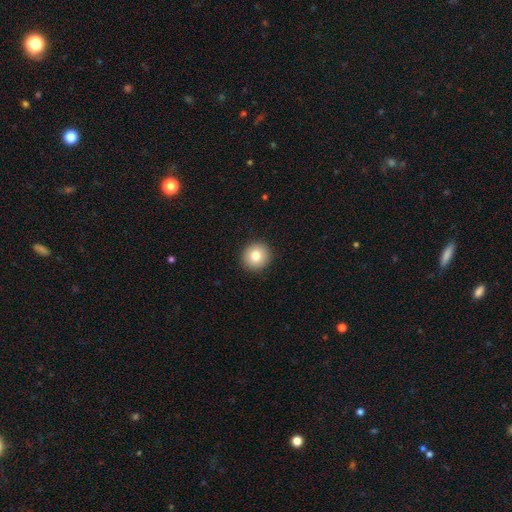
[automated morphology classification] Smooth or featured: smooth — 79% (featured or disk — 11%)
How rounded: round — 93% (in between — 6%)
Merging: none — 92% (minor disturbance — 5%)